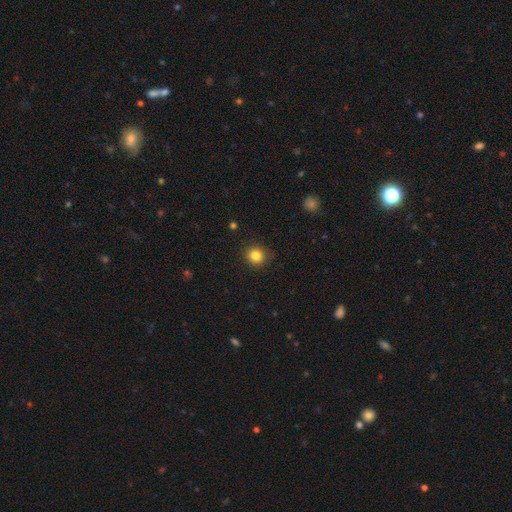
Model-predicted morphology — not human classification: smooth 83%, star or artifact 12%, featured or disk 5%. Down the decision tree: how rounded — round (88%); merging — none (89%).